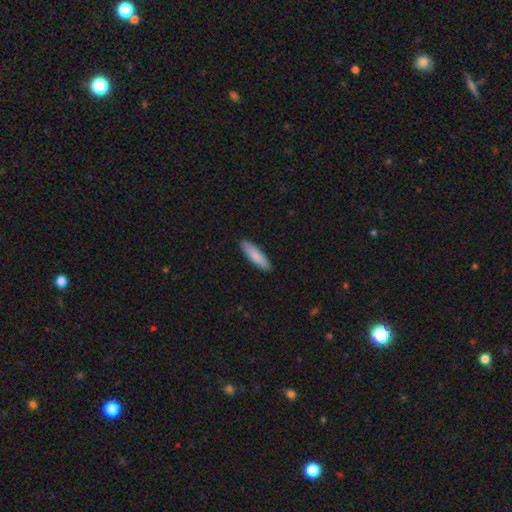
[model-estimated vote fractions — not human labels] Smooth or featured: smooth — 85% (featured or disk — 10%)
How rounded: cigar-shaped — 71% (in between — 28%)
Merging: none — 89% (minor disturbance — 8%)